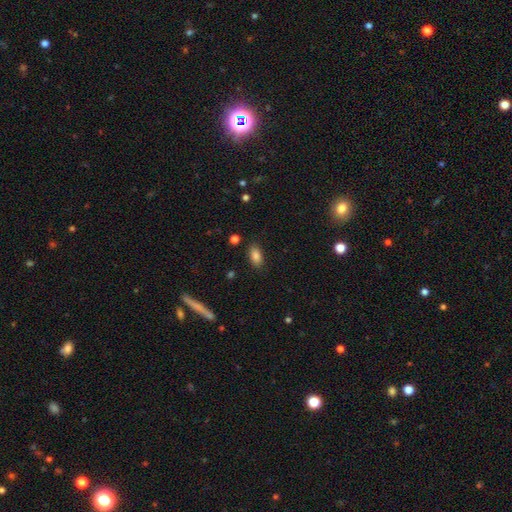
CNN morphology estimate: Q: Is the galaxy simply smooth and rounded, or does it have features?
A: smooth — 84%.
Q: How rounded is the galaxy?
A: in between — 88%.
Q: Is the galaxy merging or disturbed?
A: none — 85%.